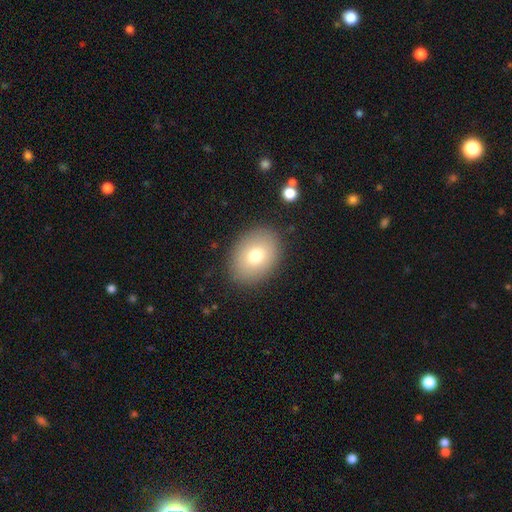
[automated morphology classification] Smooth or featured? Predicted: smooth (p=0.76). How rounded? Predicted: in between (p=0.69). Merging? Predicted: none (p=0.87).